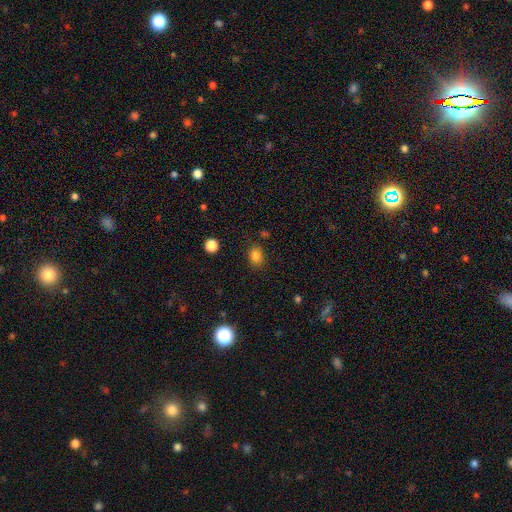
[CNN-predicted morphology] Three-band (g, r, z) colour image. It shows a smooth galaxy with no disk features (83%) that is round (51%). Merging: none (83%).